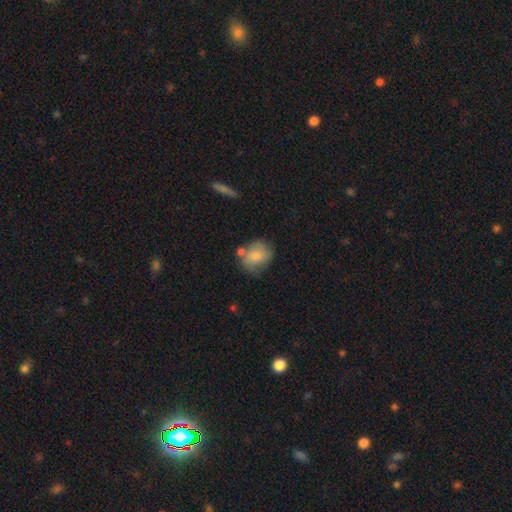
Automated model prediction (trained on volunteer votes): A smooth galaxy with no disk features (75%) that is round (61%).

Vote fractions:
- Smooth or featured? smooth: 75% / featured or disk: 17% / star or artifact: 8%
- How rounded? round: 61% / in between: 38% / cigar-shaped: 1%
- Merging? none: 55% / minor disturbance: 24% / merger: 13% / major disturbance: 8%